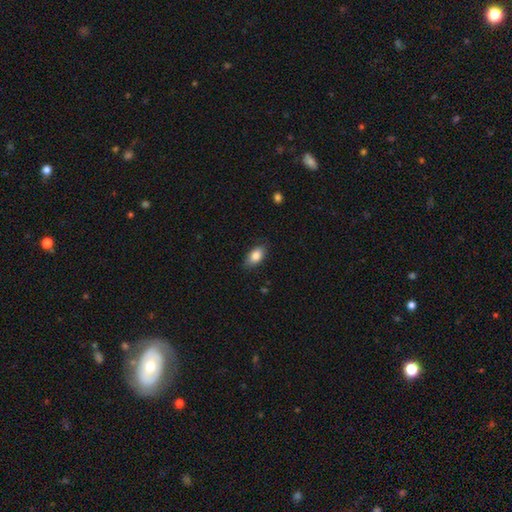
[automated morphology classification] Smooth or featured? smooth (84%)
How rounded? in between (91%)
Merging? none (84%)